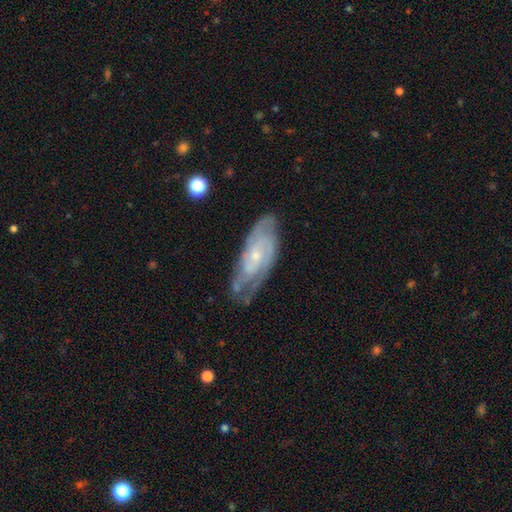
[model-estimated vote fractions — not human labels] featured or disk 81%, smooth 13%, star or artifact 6%. Down the decision tree: edge-on disk — no (91%); bar — no (64%); spiral arms — yes (93%); spiral arm count — 2 (34%); spiral winding — tight (57%); bulge size — small (72%); merging — none (66%).